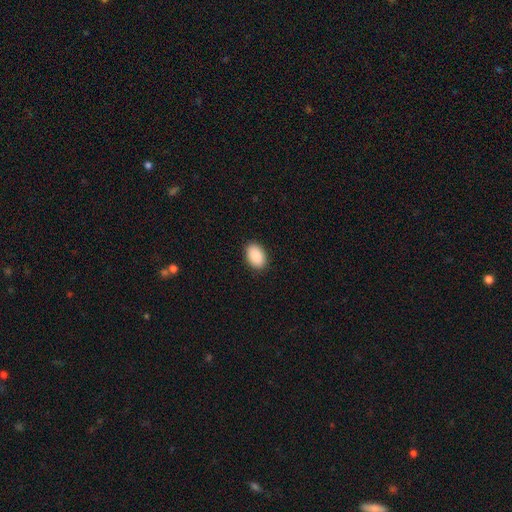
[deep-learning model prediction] A smooth galaxy with no disk features (91%) that is in between round and cigar-shaped (86%).

Vote fractions:
- Smooth or featured? smooth: 91% / star or artifact: 7% / featured or disk: 2%
- How rounded? in between: 86% / round: 13% / cigar-shaped: 1%
- Merging? none: 90% / minor disturbance: 7% / major disturbance: 2% / merger: 1%